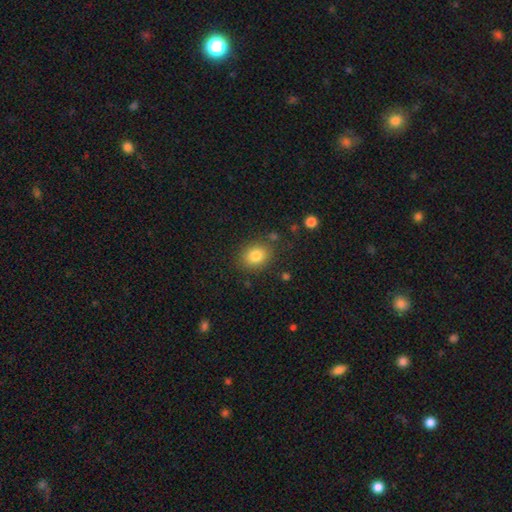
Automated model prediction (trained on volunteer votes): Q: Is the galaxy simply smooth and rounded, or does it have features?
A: smooth — 83%.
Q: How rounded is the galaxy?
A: round — 55%.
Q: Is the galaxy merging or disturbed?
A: none — 82%.